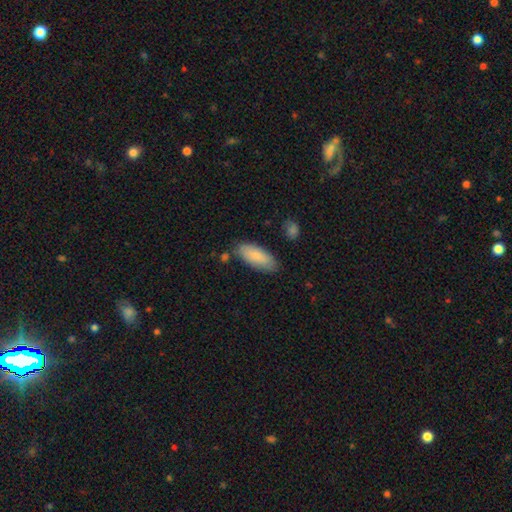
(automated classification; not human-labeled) Q: Smooth or featured?
A: smooth (83%); runner-up: featured or disk (11%)
Q: How rounded?
A: in between (81%); runner-up: cigar-shaped (17%)
Q: Merging?
A: none (78%); runner-up: minor disturbance (15%)